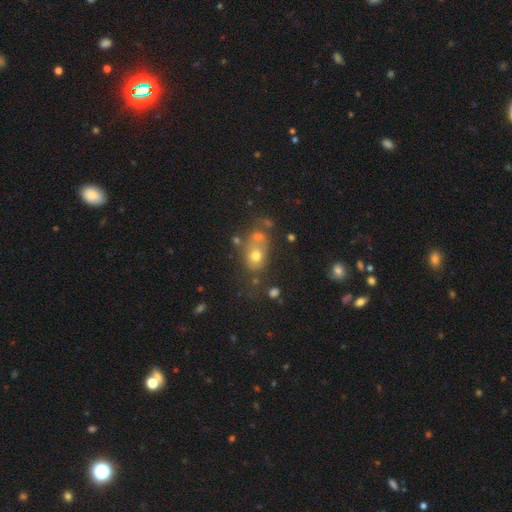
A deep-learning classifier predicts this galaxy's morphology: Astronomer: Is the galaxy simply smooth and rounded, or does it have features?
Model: smooth — 64%.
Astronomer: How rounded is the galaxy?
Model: round — 53% (runner-up: in between, 46%).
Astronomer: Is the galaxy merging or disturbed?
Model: none — 44% (runner-up: merger, 34%).